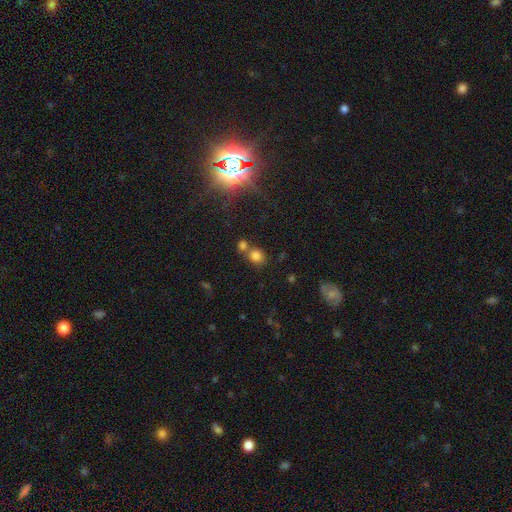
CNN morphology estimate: smooth-or-featured: smooth: 77% | star or artifact: 15% | featured or disk: 7%
  how-rounded: round: 76% | in between: 23% | cigar-shaped: 1%
  merging: none: 53% | merger: 34% | minor disturbance: 9% | major disturbance: 4%